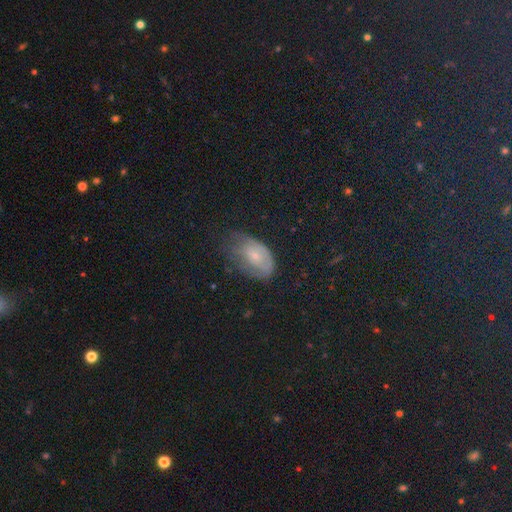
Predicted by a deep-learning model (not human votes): Smooth or featured: smooth — 48% (featured or disk — 32%)
Merging: none — 42% (minor disturbance — 35%)